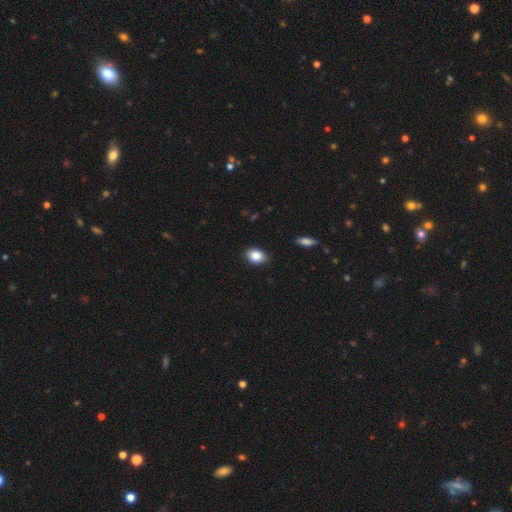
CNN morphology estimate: smooth_or_featured: smooth (p=0.86) [alt: star or artifact p=0.08]
how_rounded: in between (p=0.71) [alt: round p=0.28]
merging: none (p=0.86) [alt: minor disturbance p=0.11]